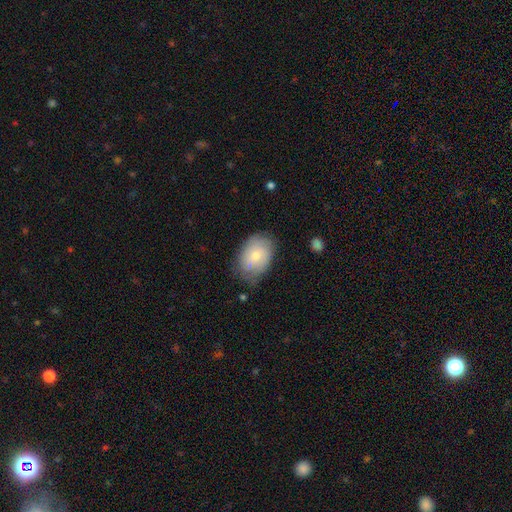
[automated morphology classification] The model was most divided on "merging": none: 62%, minor disturbance: 29%, major disturbance: 7%, merger: 2%. More confident: how rounded — in between (78%); smooth or featured — smooth (64%).